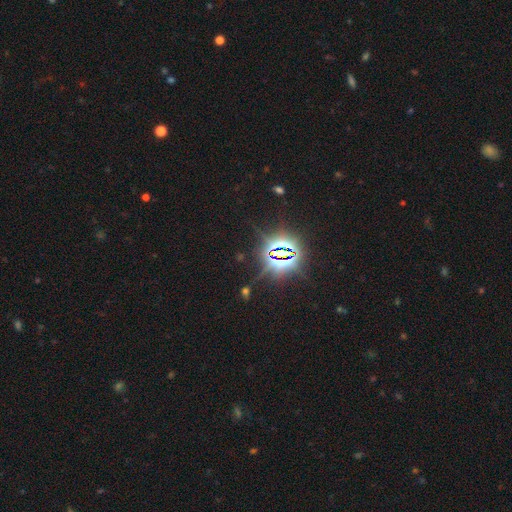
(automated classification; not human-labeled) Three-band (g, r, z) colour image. It shows a star or artifact, not a galaxy (85%).